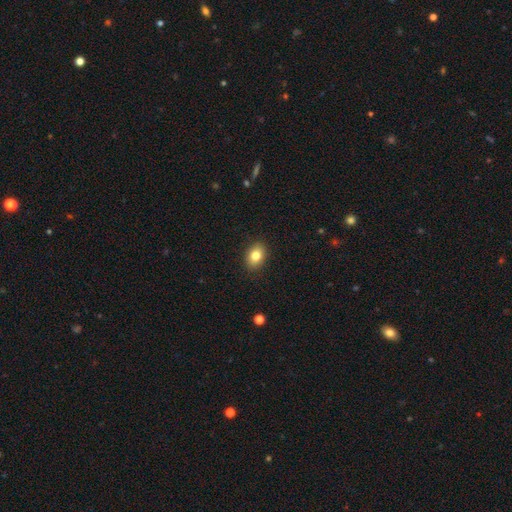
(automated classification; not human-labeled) This is clearly a smooth galaxy (82%). How rounded: likely in between (74%). Merging: clearly none (89%).